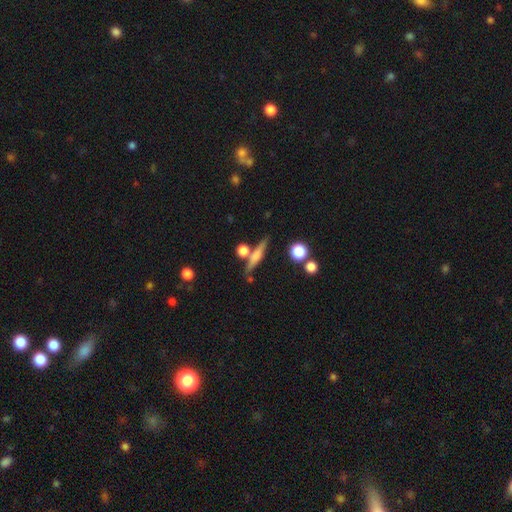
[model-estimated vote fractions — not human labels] Overall: featured or disk (48%; smooth 44%). Merging: none (73%).